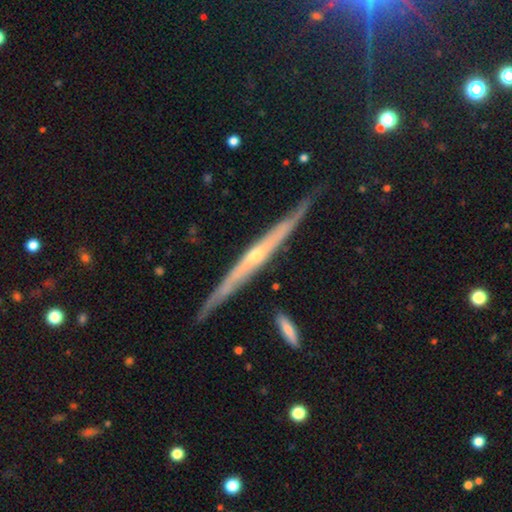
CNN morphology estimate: featured or disk 80%, smooth 12%, star or artifact 8%. Down the decision tree: edge-on disk — yes (97%); edge-on bulge — rounded (61%); merging — none (85%).